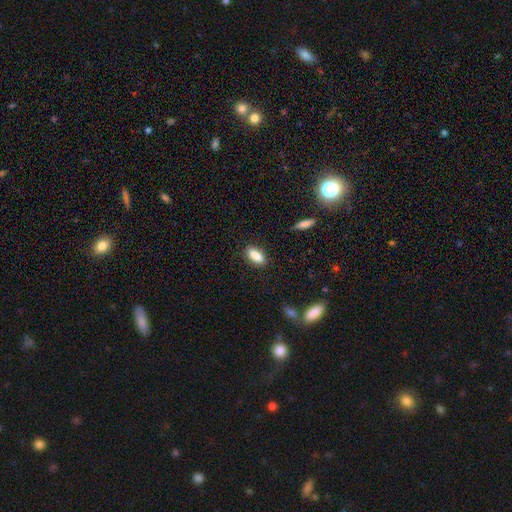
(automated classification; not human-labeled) A smooth galaxy with no disk features (87%) that is in between round and cigar-shaped (78%). Merging: none (84%).